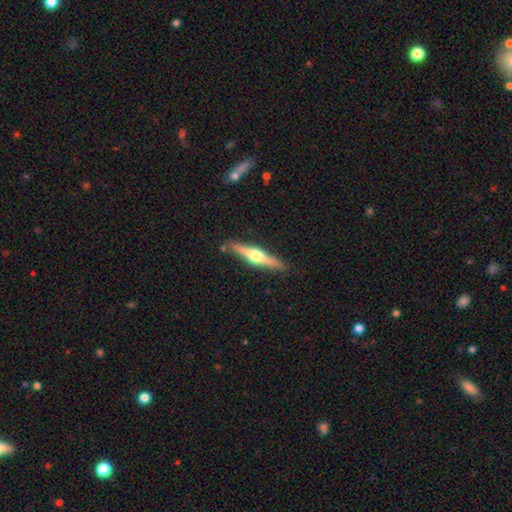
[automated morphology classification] Q: Smooth or featured?
A: featured or disk (72%); runner-up: smooth (23%)
Q: Edge-on disk?
A: yes (98%); runner-up: no (2%)
Q: Edge-on bulge?
A: rounded (94%); runner-up: boxy (3%)
Q: Merging?
A: none (87%); runner-up: minor disturbance (9%)